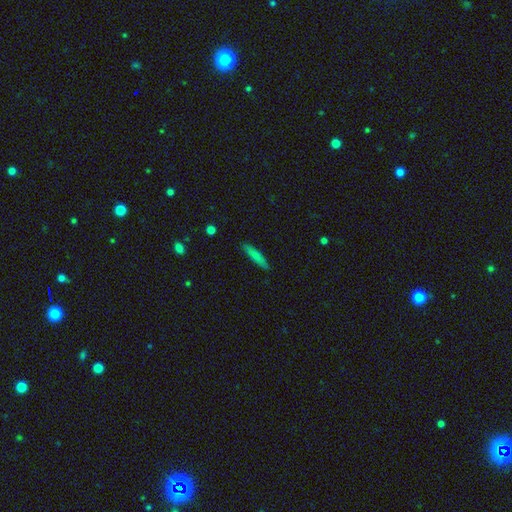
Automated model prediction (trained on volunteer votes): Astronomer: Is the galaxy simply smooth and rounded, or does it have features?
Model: smooth — 76%.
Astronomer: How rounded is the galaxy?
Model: cigar-shaped — 87%.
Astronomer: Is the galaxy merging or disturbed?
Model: none — 88%.